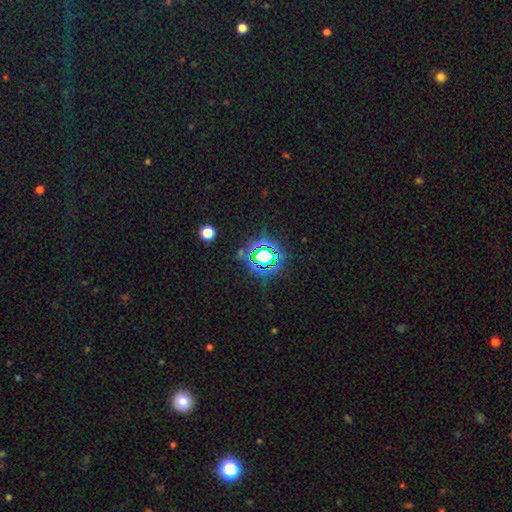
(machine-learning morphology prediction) Overall: star or artifact (79%).